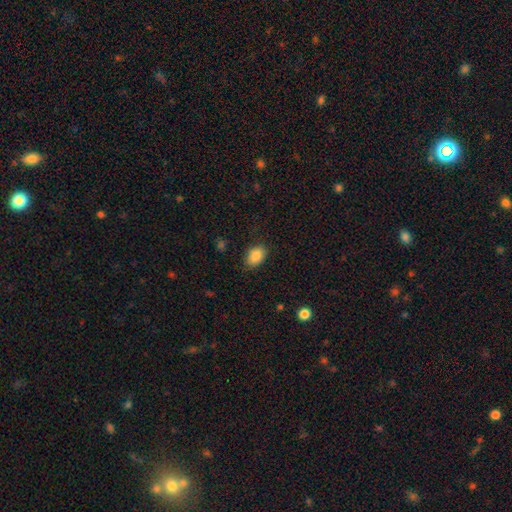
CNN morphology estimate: smooth 87%, star or artifact 8%, featured or disk 5%. Down the decision tree: how rounded — in between (84%); merging — none (83%).